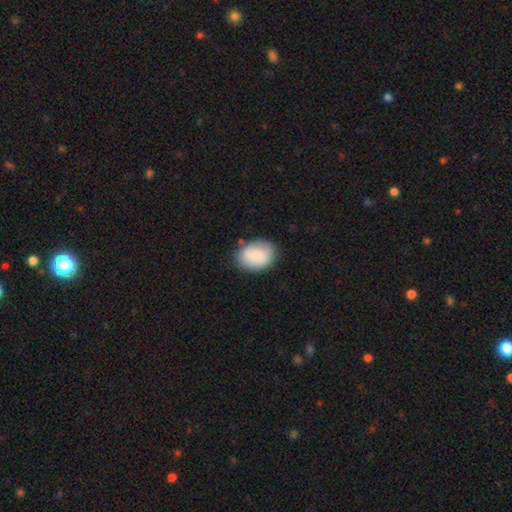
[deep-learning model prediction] A smooth galaxy with no disk features (82%) that is in between round and cigar-shaped (74%).

Vote fractions:
- Smooth or featured? smooth: 82% / featured or disk: 12% / star or artifact: 6%
- How rounded? in between: 74% / round: 25% / cigar-shaped: 1%
- Merging? none: 78% / minor disturbance: 15% / major disturbance: 4% / merger: 3%